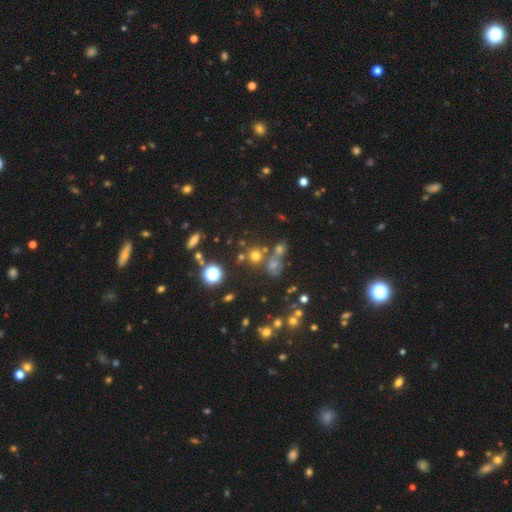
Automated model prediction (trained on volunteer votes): Smooth or featured?
  - smooth: 63% *
  - star or artifact: 28%
  - featured or disk: 10%
How rounded?
  - round: 88% *
  - in between: 11%
  - cigar-shaped: 1%
Merging?
  - none: 65% *
  - merger: 20%
  - minor disturbance: 10%
  - major disturbance: 5%